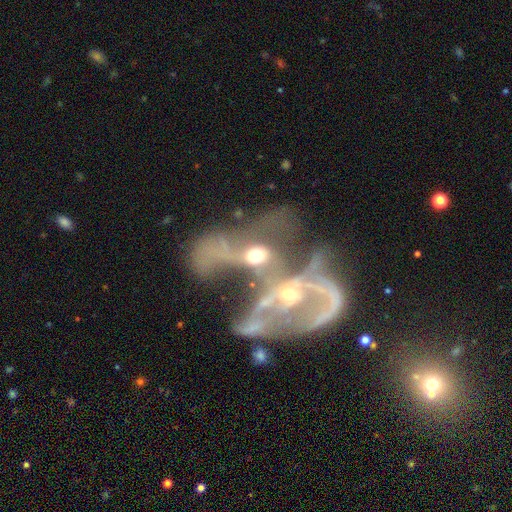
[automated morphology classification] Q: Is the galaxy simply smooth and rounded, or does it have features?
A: featured or disk — 61%.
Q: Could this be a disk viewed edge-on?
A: no — 92%.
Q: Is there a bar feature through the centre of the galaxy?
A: no — 69%.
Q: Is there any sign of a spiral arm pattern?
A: yes — 62%.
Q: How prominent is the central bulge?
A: moderate — 48%.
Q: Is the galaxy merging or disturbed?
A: merger — 78%.